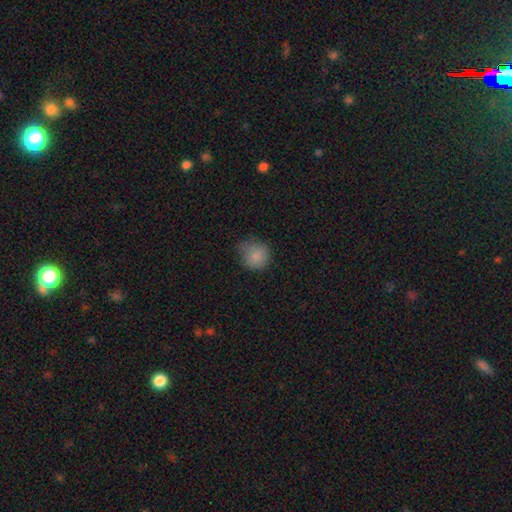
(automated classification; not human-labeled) Smooth or featured: smooth — 83% (star or artifact — 10%)
How rounded: round — 84% (in between — 15%)
Merging: none — 56% (minor disturbance — 32%)